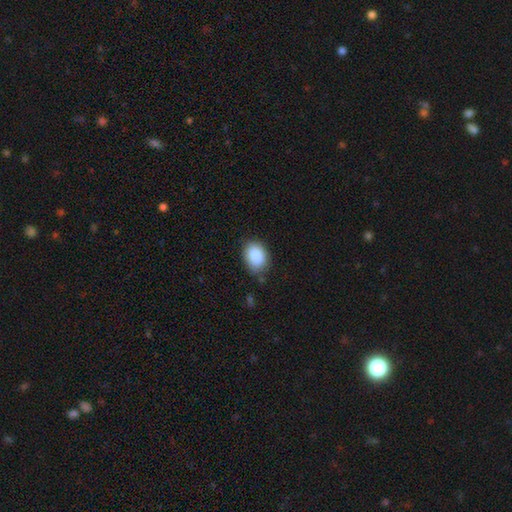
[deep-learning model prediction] Overall: smooth (88%). How rounded: in between (79%). Merging: none (79%).